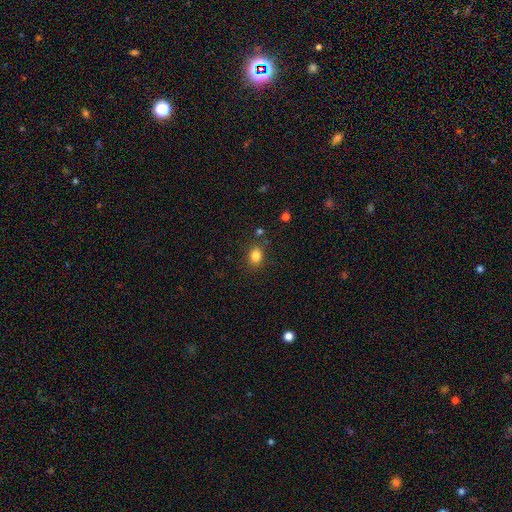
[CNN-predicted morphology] Smooth or featured: smooth — 84% (star or artifact — 11%)
How rounded: in between — 56% (round — 42%)
Merging: none — 81% (minor disturbance — 12%)